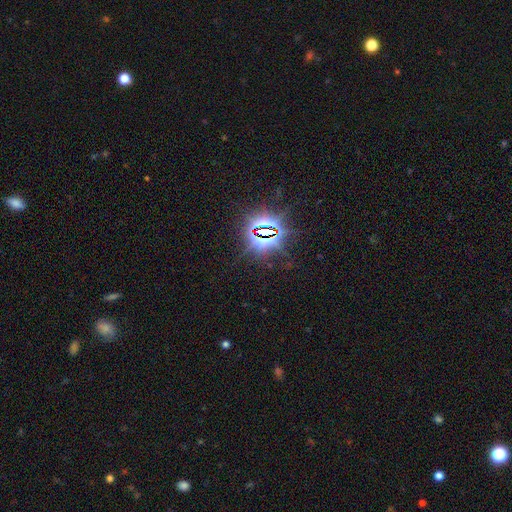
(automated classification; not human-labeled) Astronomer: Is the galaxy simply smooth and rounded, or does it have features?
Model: star or artifact — 81%.